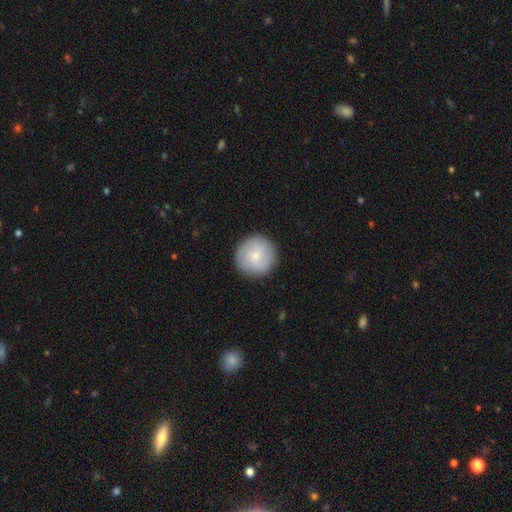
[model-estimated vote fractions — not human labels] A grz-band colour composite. It shows a smooth galaxy with no disk features (58%) that is round (95%). Merging: none (89%).